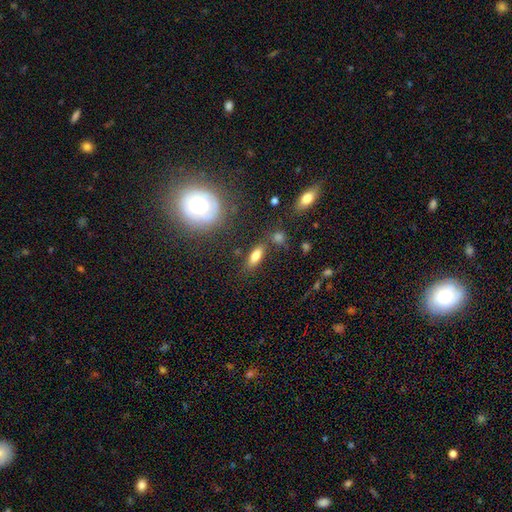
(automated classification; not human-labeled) Q: Smooth or featured?
A: smooth (76%); runner-up: featured or disk (15%)
Q: How rounded?
A: in between (67%); runner-up: cigar-shaped (29%)
Q: Merging?
A: none (75%); runner-up: minor disturbance (13%)